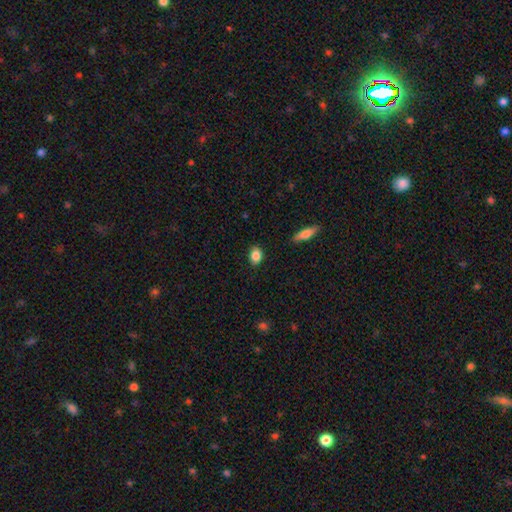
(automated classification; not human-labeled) smooth_or_featured: smooth (p=0.85) [alt: star or artifact p=0.08]
how_rounded: in between (p=0.69) [alt: round p=0.29]
merging: none (p=0.87) [alt: minor disturbance p=0.10]